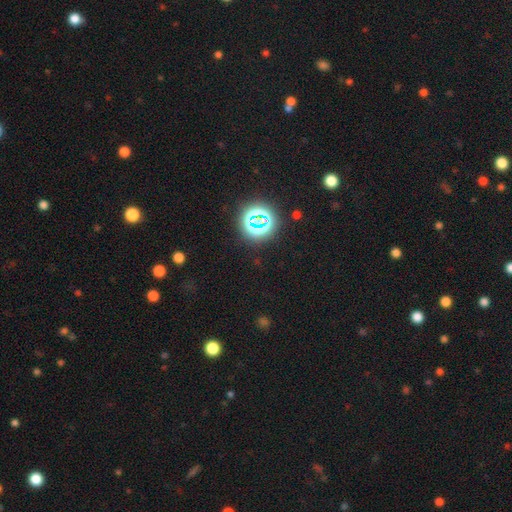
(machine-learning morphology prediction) Q: Smooth or featured?
A: star or artifact (77%); runner-up: smooth (17%)